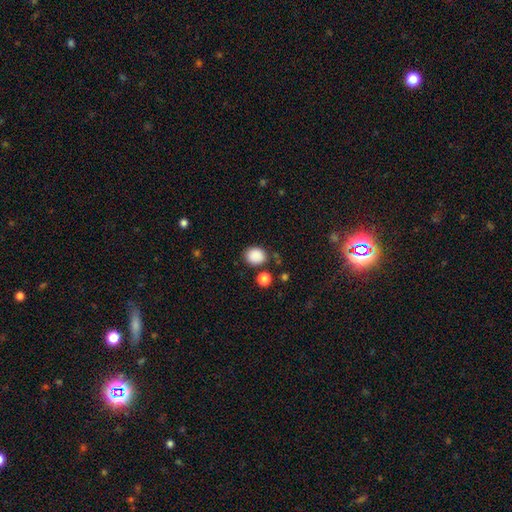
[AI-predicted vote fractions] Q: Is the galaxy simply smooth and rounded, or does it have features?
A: smooth — 88%.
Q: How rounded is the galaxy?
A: round — 65%.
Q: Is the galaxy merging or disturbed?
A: none — 81%.